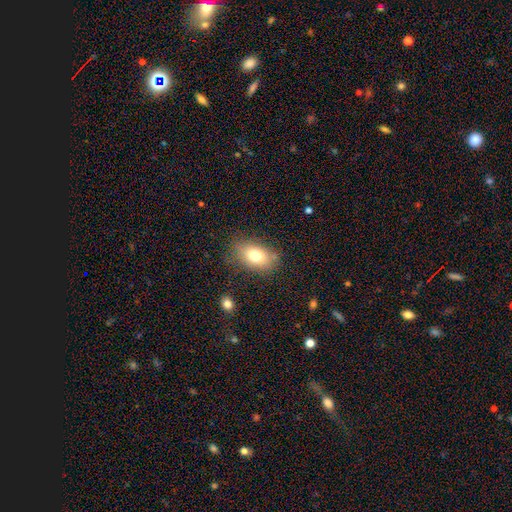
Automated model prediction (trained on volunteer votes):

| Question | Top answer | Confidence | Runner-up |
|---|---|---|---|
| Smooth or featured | smooth | 75% | featured or disk (16%) |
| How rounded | in between | 84% | round (14%) |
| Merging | none | 73% | minor disturbance (19%) |